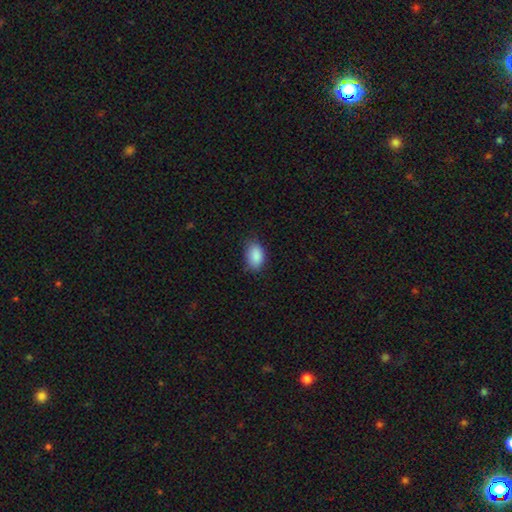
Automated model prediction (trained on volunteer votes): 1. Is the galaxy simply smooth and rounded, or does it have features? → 89% smooth, 7% star or artifact, 4% featured or disk.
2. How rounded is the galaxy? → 90% in between, 9% round, 1% cigar-shaped.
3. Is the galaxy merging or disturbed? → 75% none, 20% minor disturbance, 4% major disturbance, 1% merger.